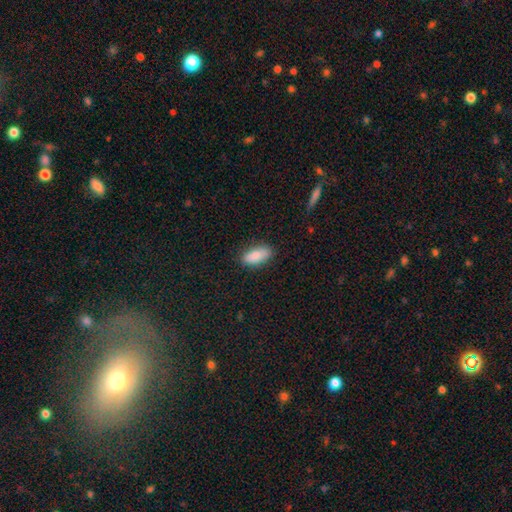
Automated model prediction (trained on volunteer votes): Smooth or featured? Predicted: smooth (p=0.87). How rounded? Predicted: in between (p=0.86). Merging? Predicted: none (p=0.84).